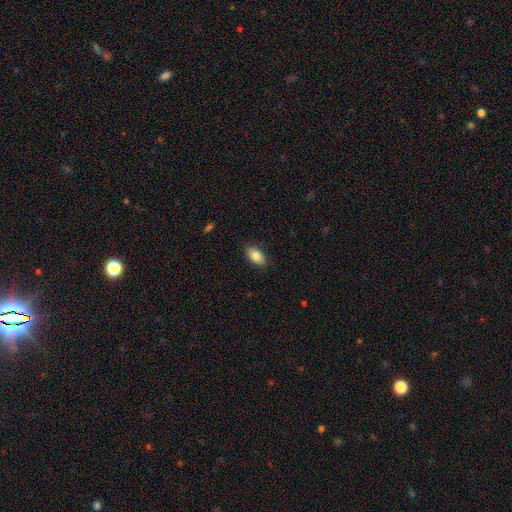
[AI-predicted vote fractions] Smooth or featured? smooth (83%)
How rounded? in between (92%)
Merging? none (85%)